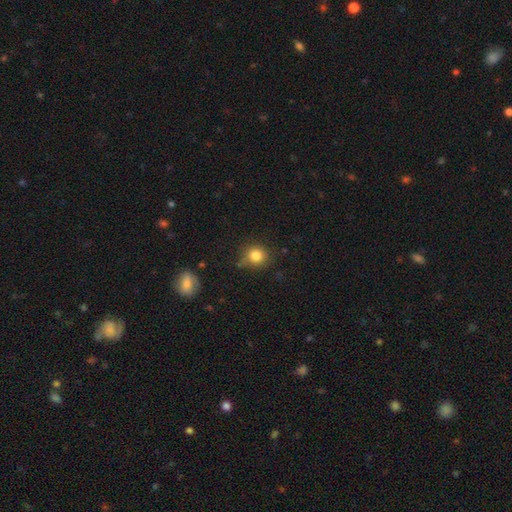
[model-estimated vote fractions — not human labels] Smooth or featured?
  - smooth: 83% *
  - star or artifact: 11%
  - featured or disk: 6%
How rounded?
  - round: 86% *
  - in between: 13%
  - cigar-shaped: 1%
Merging?
  - none: 77% *
  - minor disturbance: 15%
  - major disturbance: 4%
  - merger: 4%